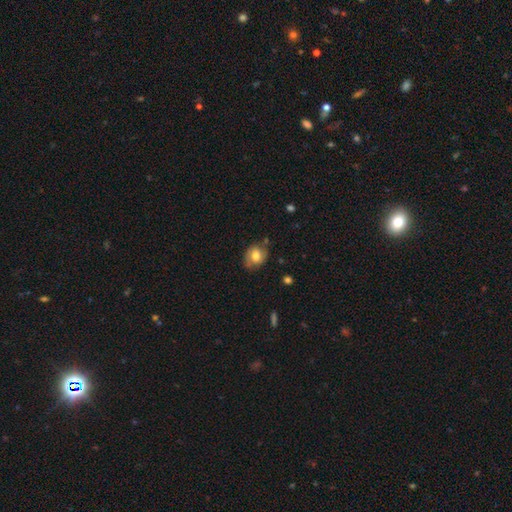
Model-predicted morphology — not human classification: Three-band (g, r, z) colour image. It shows a smooth galaxy with no disk features (71%) that is in between round and cigar-shaped (51%). Merging: none (70%).